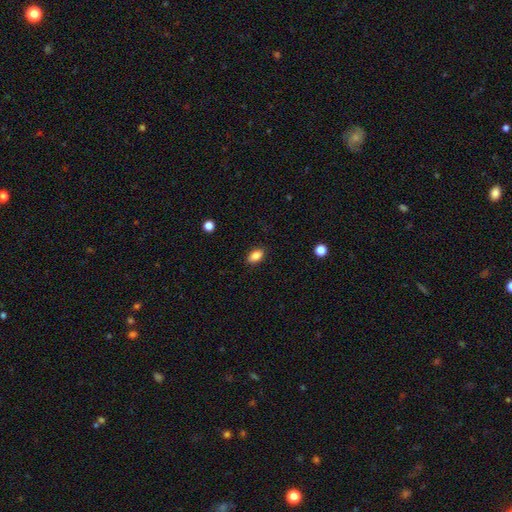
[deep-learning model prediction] This appears to be a smooth galaxy with no disk features (86%) that is in between round and cigar-shaped (88%). Merging: none (87%).